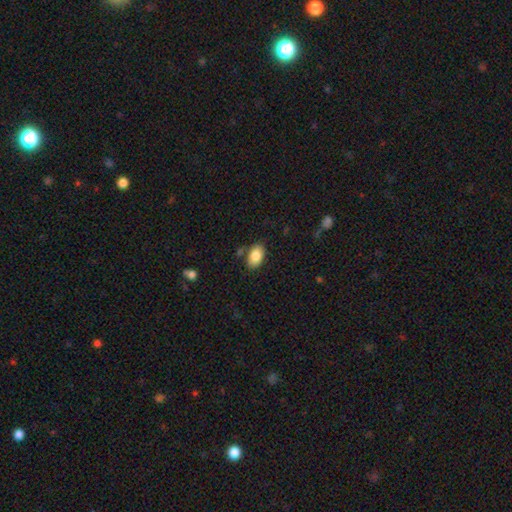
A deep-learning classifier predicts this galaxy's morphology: smooth 86%, featured or disk 7%, star or artifact 7%. Down the decision tree: how rounded — in between (92%); merging — none (79%).